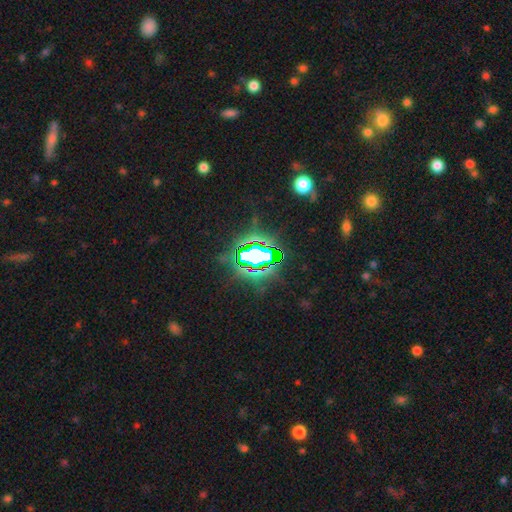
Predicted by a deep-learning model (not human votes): This is likely a star or artifact rather than a galaxy (75%).